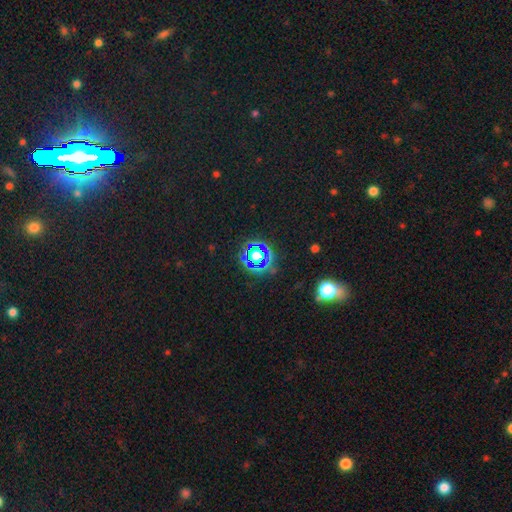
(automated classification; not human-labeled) This is possibly a star or artifact rather than a galaxy (59%).